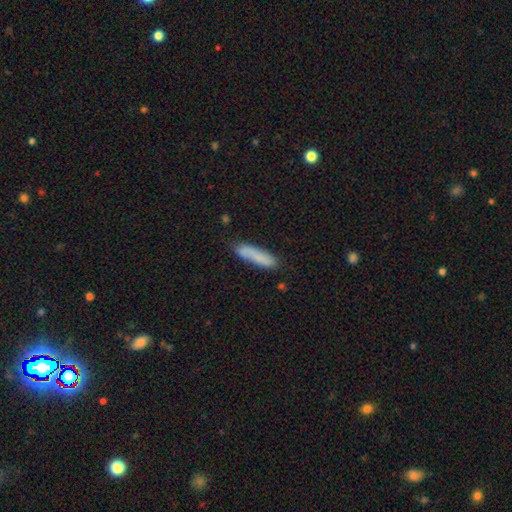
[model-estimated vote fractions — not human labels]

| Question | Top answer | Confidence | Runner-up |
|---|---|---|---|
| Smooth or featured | smooth | 81% | featured or disk (13%) |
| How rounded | cigar-shaped | 79% | in between (19%) |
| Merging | none | 75% | minor disturbance (18%) |